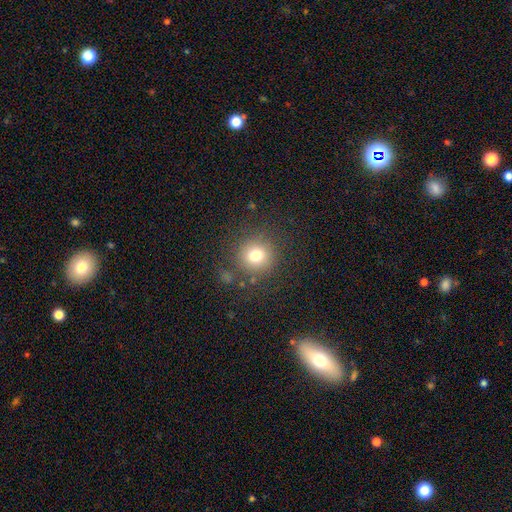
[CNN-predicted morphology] Smooth or featured? smooth (75%)
How rounded? round (92%)
Merging? none (84%)